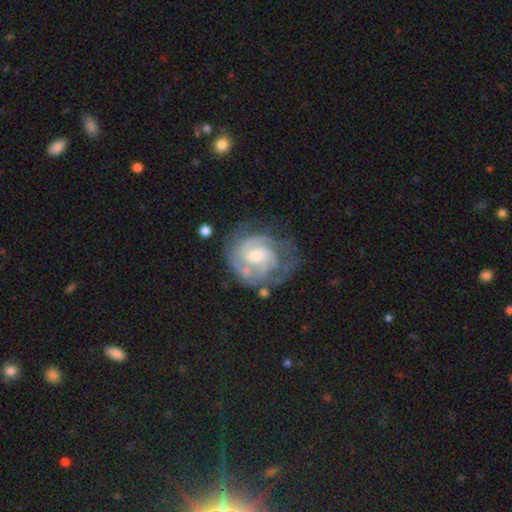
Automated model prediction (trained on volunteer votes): A featured or disk galaxy (88%) with no bar (49%), 2 (40%) tight (58%) spiral arms (96%) and a small central bulge (50%).

Vote fractions:
- Smooth or featured? featured or disk: 88% / smooth: 7% / star or artifact: 5%
- Edge-on disk? no: 98% / yes: 2%
- Bar? no: 49% / weak: 42% / strong: 9%
- Spiral arms? yes: 96% / no: 4%
- Spiral winding? tight: 58% / medium: 35% / loose: 7%
- Spiral arm count? 2: 40% / 3: 27% / can't tell: 19% / 4: 6% / 1: 5% / more than 4: 4%
- Bulge size? small: 50% / moderate: 42% / none: 3% / large: 3% / dominant: 1%
- Merging? none: 62% / minor disturbance: 21% / major disturbance: 13% / merger: 3%